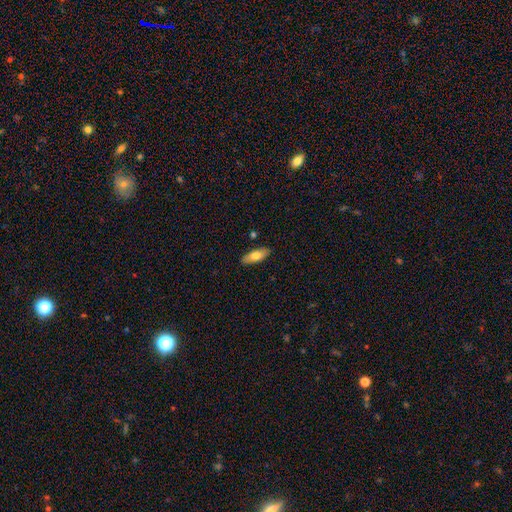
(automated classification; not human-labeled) smooth-or-featured: smooth: 74% | featured or disk: 20% | star or artifact: 6%
  how-rounded: in between: 75% | cigar-shaped: 23% | round: 2%
  merging: none: 86% | minor disturbance: 10% | major disturbance: 2% | merger: 2%